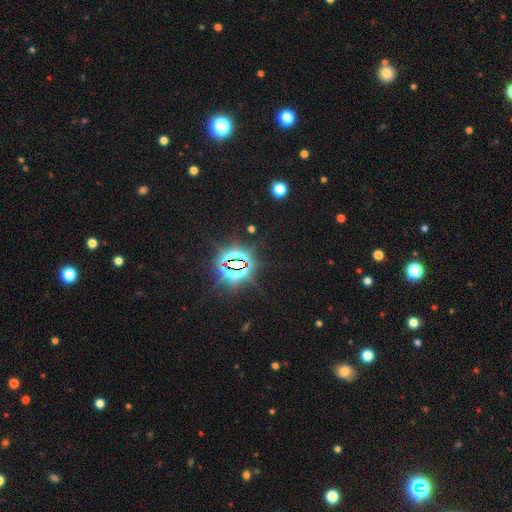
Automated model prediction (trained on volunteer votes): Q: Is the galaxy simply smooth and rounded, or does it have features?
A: star or artifact — 78%.